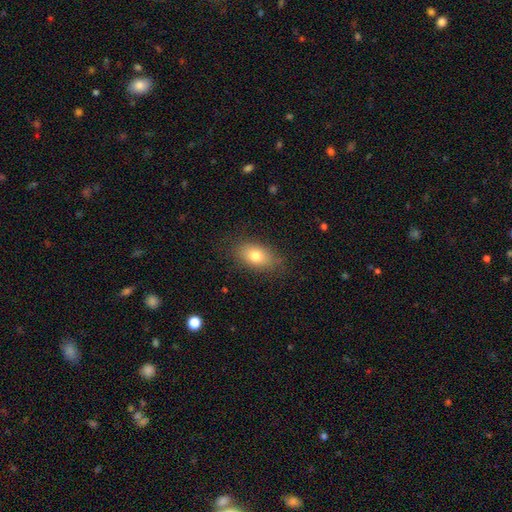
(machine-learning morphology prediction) Smooth or featured? Predicted: smooth (p=0.77). How rounded? Predicted: in between (p=0.85). Merging? Predicted: none (p=0.81).